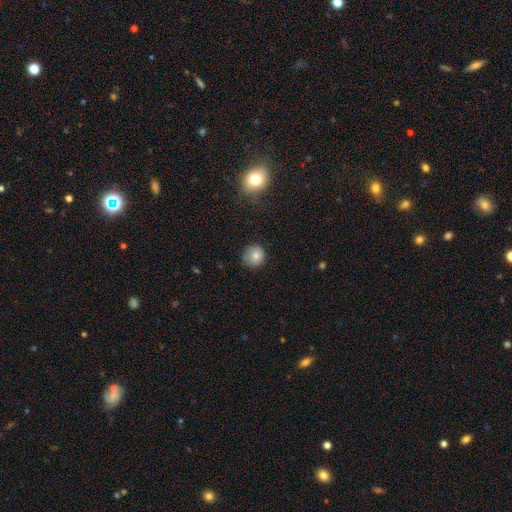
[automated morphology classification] Smooth or featured?
  - smooth: 79% *
  - featured or disk: 10%
  - star or artifact: 10%
How rounded?
  - round: 90% *
  - in between: 9%
  - cigar-shaped: 1%
Merging?
  - none: 81% *
  - minor disturbance: 15%
  - major disturbance: 3%
  - merger: 1%